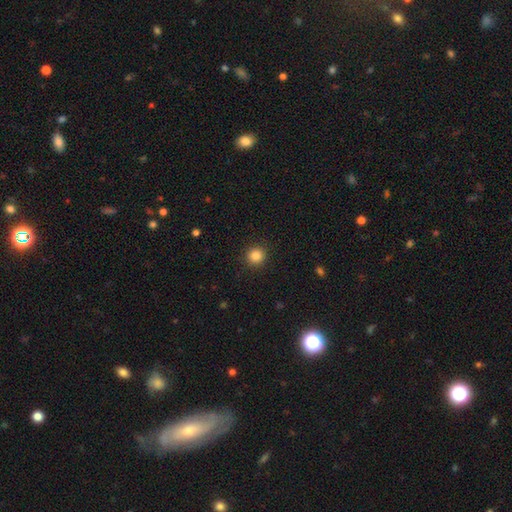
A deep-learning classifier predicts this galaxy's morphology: This is clearly a smooth galaxy (84%). How rounded: clearly round (93%). Merging: clearly none (92%).